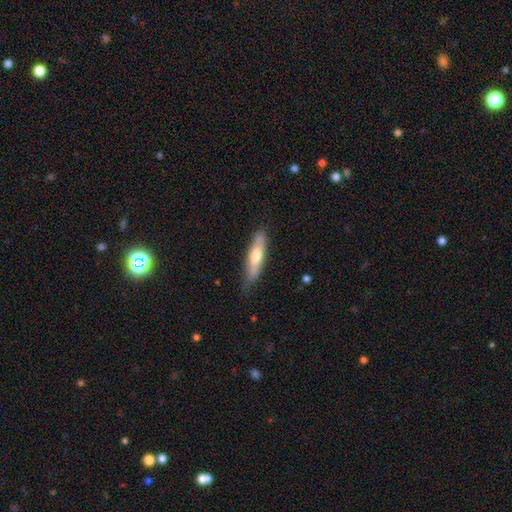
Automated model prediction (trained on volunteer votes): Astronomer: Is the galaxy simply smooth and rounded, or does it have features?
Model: smooth — 60%.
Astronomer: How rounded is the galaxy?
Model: cigar-shaped — 70%.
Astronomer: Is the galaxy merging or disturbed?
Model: none — 77%.